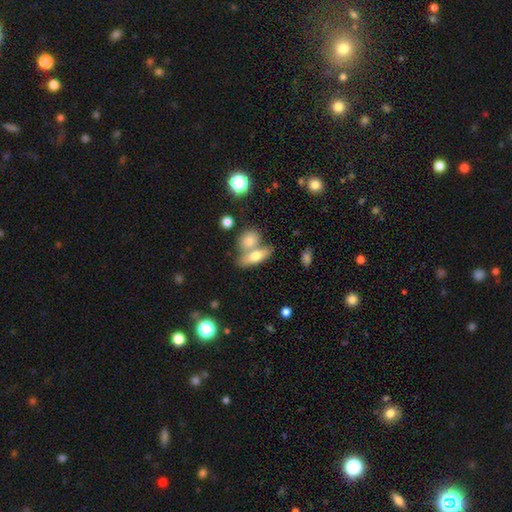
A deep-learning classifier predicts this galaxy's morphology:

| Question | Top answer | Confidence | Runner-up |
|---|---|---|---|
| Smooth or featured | featured or disk | 45% | smooth (42%) |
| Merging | none | 45% | merger (41%) |